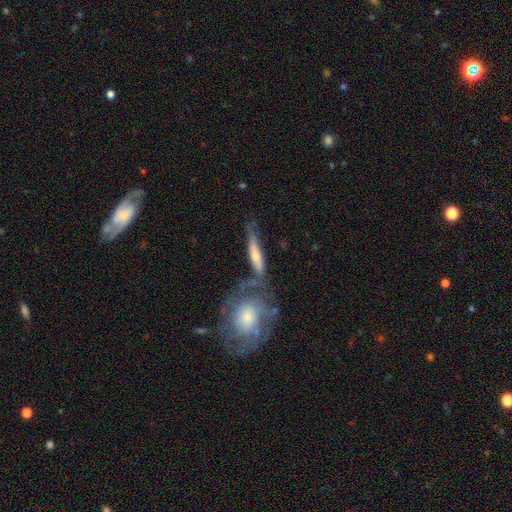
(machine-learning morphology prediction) Smooth or featured? smooth (50%)
Merging? none (45%)